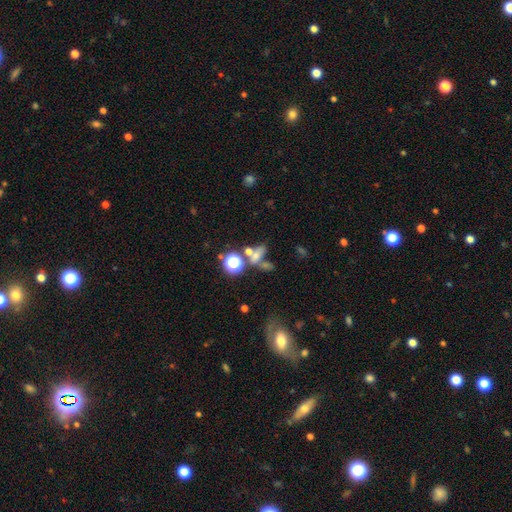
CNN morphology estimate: smooth 51%, star or artifact 30%, featured or disk 19%. Down the decision tree: how rounded — in between (50%); merging — none (41%).